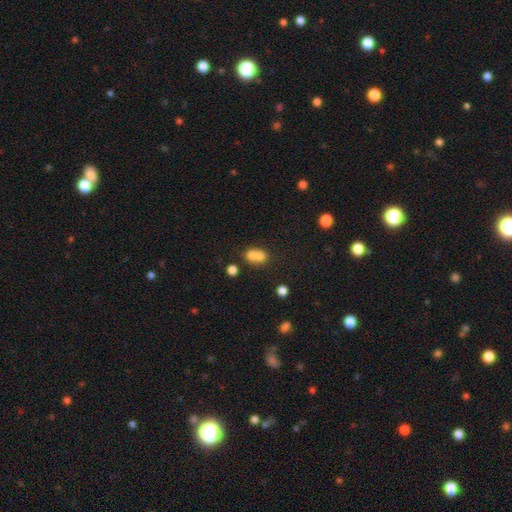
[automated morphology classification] smooth_or_featured: smooth (p=0.71) [alt: featured or disk p=0.17]
how_rounded: round (p=0.62) [alt: in between p=0.37]
merging: merger (p=0.65) [alt: none p=0.25]